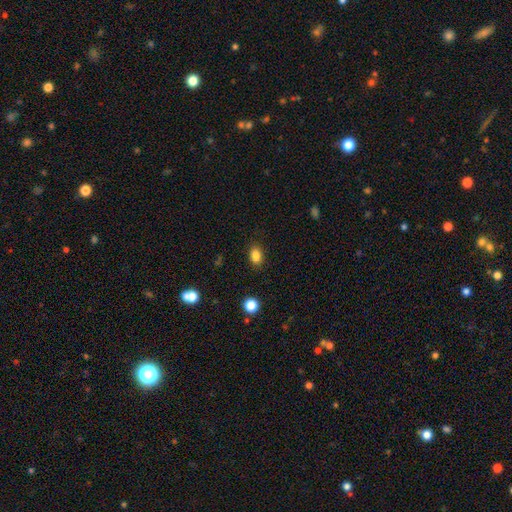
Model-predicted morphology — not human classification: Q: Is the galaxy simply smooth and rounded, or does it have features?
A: smooth — 84%.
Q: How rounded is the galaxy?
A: in between — 76%.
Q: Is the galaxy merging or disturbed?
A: none — 87%.